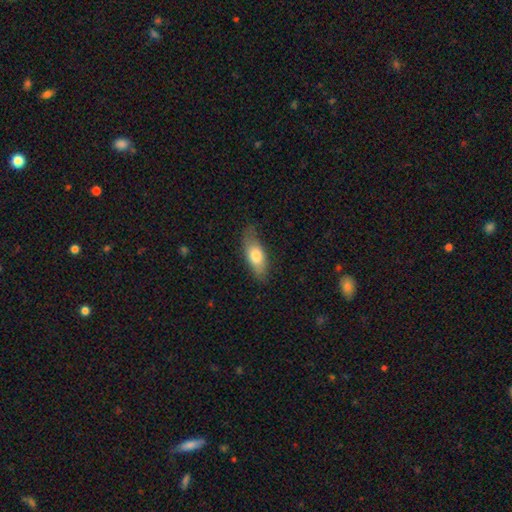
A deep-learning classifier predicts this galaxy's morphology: Smooth or featured? smooth (73%)
How rounded? in between (78%)
Merging? none (71%)